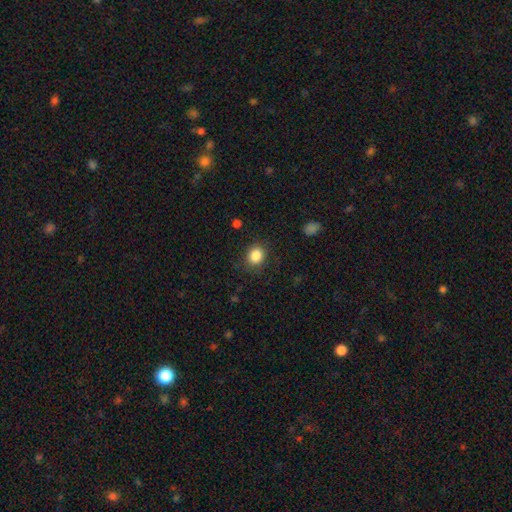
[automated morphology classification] type=smooth (86%); roundness=round (64%); merging=none (84%).